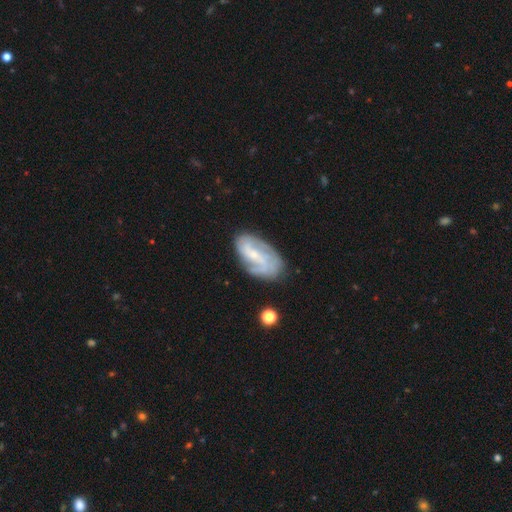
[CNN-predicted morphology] A featured or disk galaxy (76%) with no bar (42%, tied with weak), 2 (44%) medium (40%) spiral arms (90%) and a small central bulge (70%).

Vote fractions:
- Smooth or featured? featured or disk: 76% / smooth: 18% / star or artifact: 7%
- Edge-on disk? no: 96% / yes: 4%
- Bar? no: 42% (tied) / weak: 42% (tied) / strong: 16%
- Spiral arms? yes: 90% / no: 10%
- Spiral winding? medium: 40% / tight: 33% / loose: 27%
- Spiral arm count? 2: 44% / can't tell: 25% / 3: 17% / 1: 5% / 4: 5% / more than 4: 3%
- Bulge size? small: 70% / moderate: 22% / none: 6% / large: 1% / dominant: 1%
- Merging? none: 67% / minor disturbance: 21% / major disturbance: 9% / merger: 3%